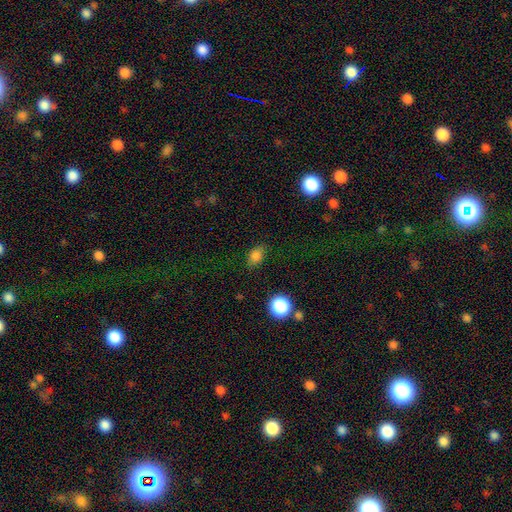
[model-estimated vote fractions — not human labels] A smooth galaxy with no disk features (82%) that is in between round and cigar-shaped (75%).

Vote fractions:
- Smooth or featured? smooth: 82% / star or artifact: 13% / featured or disk: 5%
- How rounded? in between: 75% / round: 24% / cigar-shaped: 2%
- Merging? none: 82% / minor disturbance: 13% / major disturbance: 4% / merger: 2%